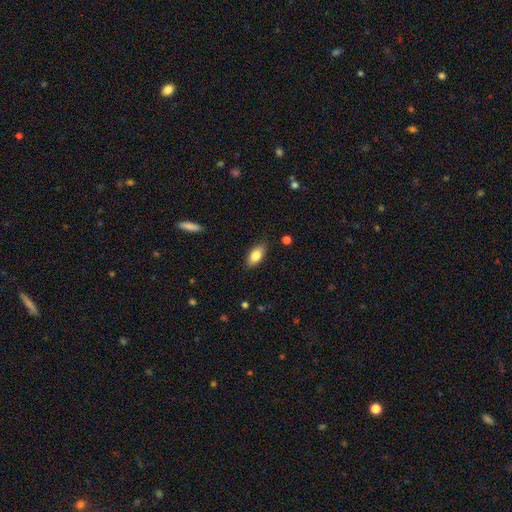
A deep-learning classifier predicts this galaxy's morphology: Smooth or featured? smooth (81%)
How rounded? in between (89%)
Merging? none (84%)